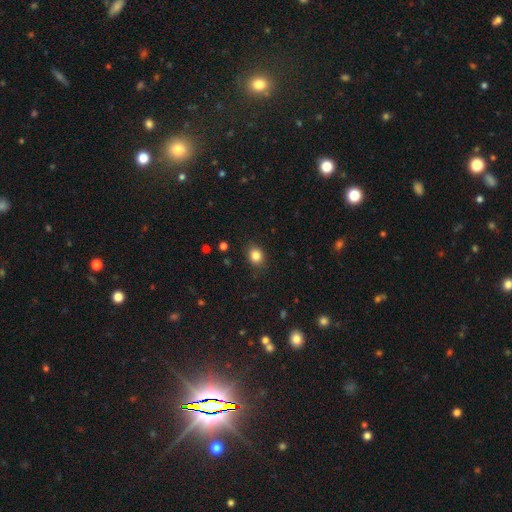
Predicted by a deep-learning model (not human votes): smooth-or-featured: smooth: 84% | star or artifact: 11% | featured or disk: 5%
  how-rounded: round: 63% | in between: 37% | cigar-shaped: 1%
  merging: none: 87% | minor disturbance: 10% | major disturbance: 3% | merger: 1%